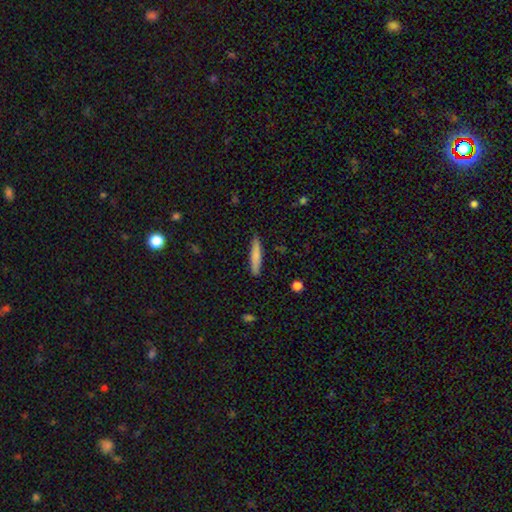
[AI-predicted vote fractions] smooth-or-featured: smooth: 77% | featured or disk: 17% | star or artifact: 6%
  how-rounded: cigar-shaped: 90% | in between: 8% | round: 1%
  merging: none: 86% | minor disturbance: 11% | major disturbance: 2% | merger: 1%